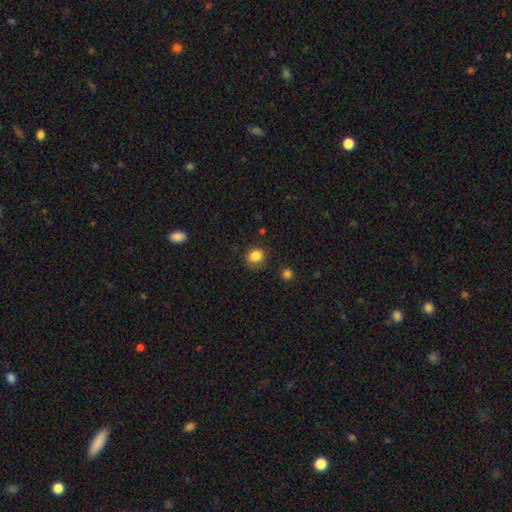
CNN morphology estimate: The model was most divided on "how rounded": round: 64%, in between: 35%, cigar-shaped: 1%. More confident: smooth or featured — smooth (84%); merging — none (68%).